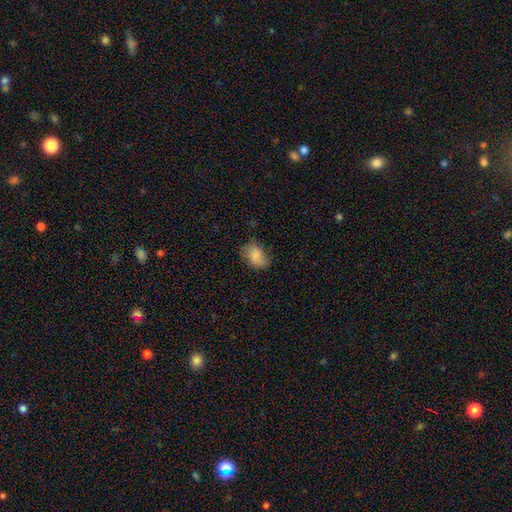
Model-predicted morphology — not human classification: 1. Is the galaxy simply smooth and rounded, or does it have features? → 80% smooth, 12% featured or disk, 8% star or artifact.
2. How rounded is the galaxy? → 79% in between, 20% round, 1% cigar-shaped.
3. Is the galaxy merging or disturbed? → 63% none, 27% minor disturbance, 8% major disturbance, 2% merger.